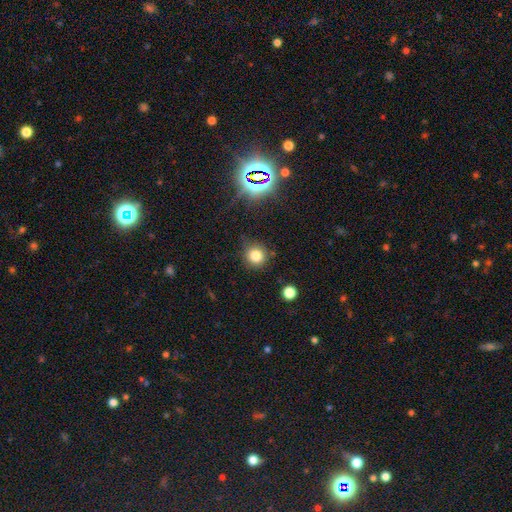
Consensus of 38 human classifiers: smooth-or-featured: smooth: 84% | star or artifact: 11% | featured or disk: 5%
  how-rounded: round: 91% | in between: 9% | cigar-shaped: 0%
  merging: none: 79% | minor disturbance: 12% | merger: 6% | major disturbance: 3%